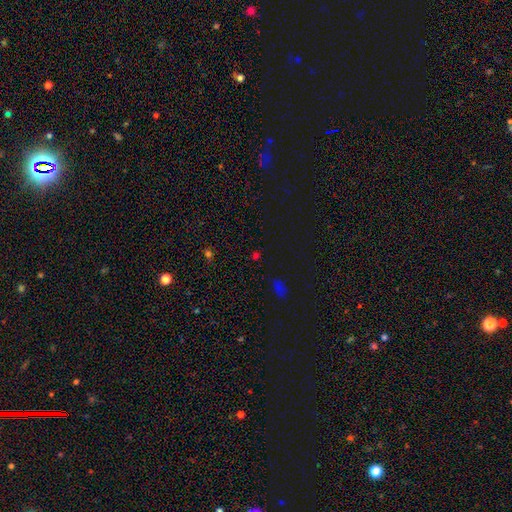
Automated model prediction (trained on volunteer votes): This is possibly a star or artifact rather than a galaxy (56%).